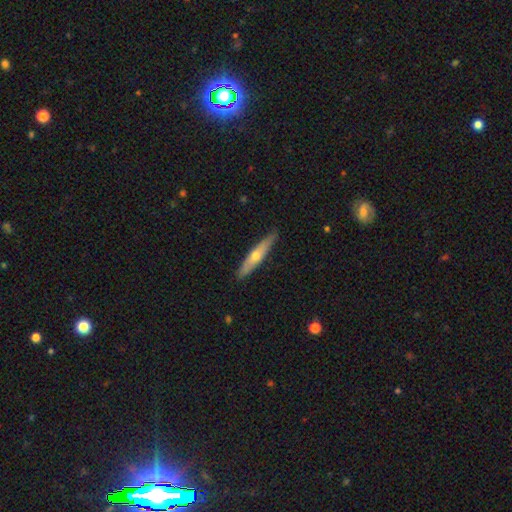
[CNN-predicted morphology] A featured or disk galaxy (52%) viewed edge-on (89%). Merging: none (88%).